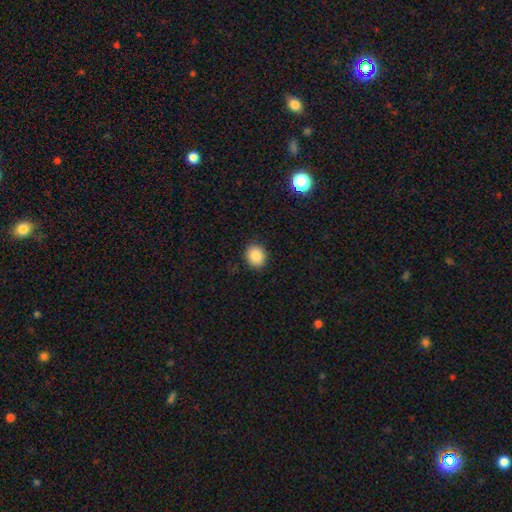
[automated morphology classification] A smooth galaxy with no disk features (86%) that is round (72%). Merging: none (90%).